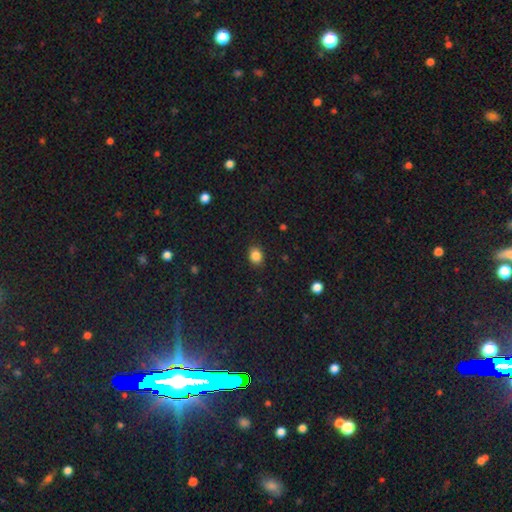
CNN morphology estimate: smooth 85%, star or artifact 10%, featured or disk 4%. Down the decision tree: how rounded — in between (50%); merging — none (89%).